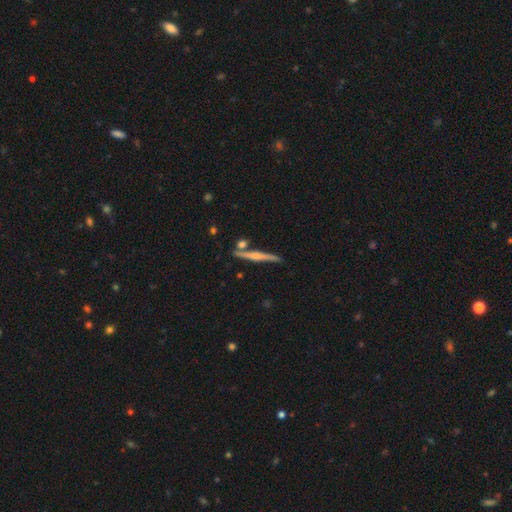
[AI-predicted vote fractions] This is likely a featured or disk galaxy (63%). It is clearly viewed edge-on (97%). Edge-on bulge: likely rounded (61%). Merging: clearly none (81%).